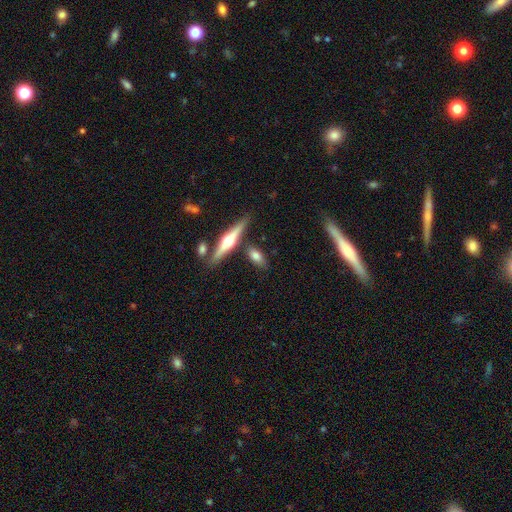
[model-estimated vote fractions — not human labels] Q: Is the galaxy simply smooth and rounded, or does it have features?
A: smooth — 57%.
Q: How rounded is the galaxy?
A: in between — 58%.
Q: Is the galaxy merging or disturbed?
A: none — 73%.